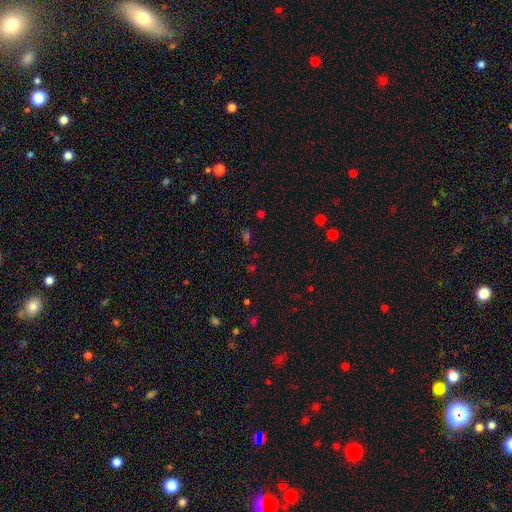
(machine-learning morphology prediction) star or artifact 50%, smooth 42%, featured or disk 8%.